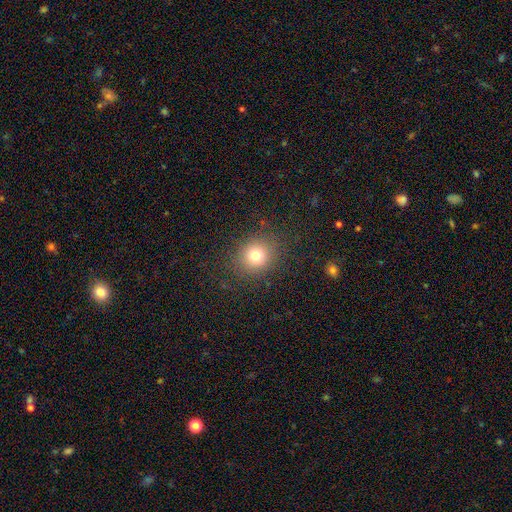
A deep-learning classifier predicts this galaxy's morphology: Overall: smooth (75%). How rounded: round (84%). Merging: none (87%).